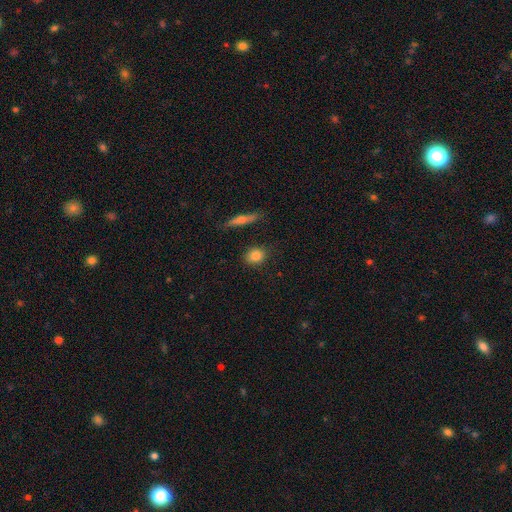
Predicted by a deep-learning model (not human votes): This appears to be a smooth galaxy with no disk features (83%) that is round (60%). Merging: none (85%).